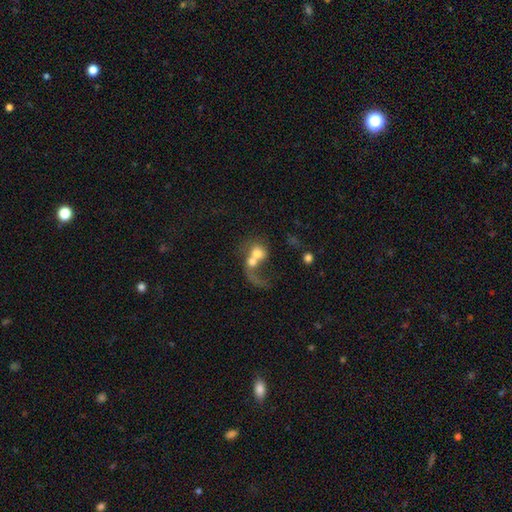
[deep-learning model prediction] Q: Smooth or featured?
A: smooth (48%); runner-up: featured or disk (42%)
Q: Merging?
A: merger (72%); runner-up: major disturbance (14%)